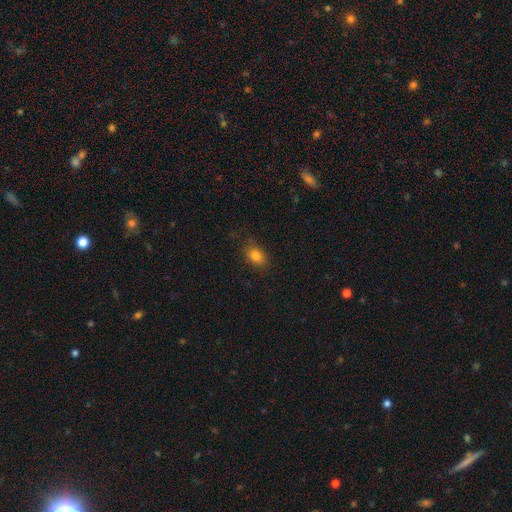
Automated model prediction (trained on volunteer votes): Q: Smooth or featured?
A: smooth (83%); runner-up: star or artifact (10%)
Q: How rounded?
A: in between (79%); runner-up: round (19%)
Q: Merging?
A: none (80%); runner-up: minor disturbance (15%)